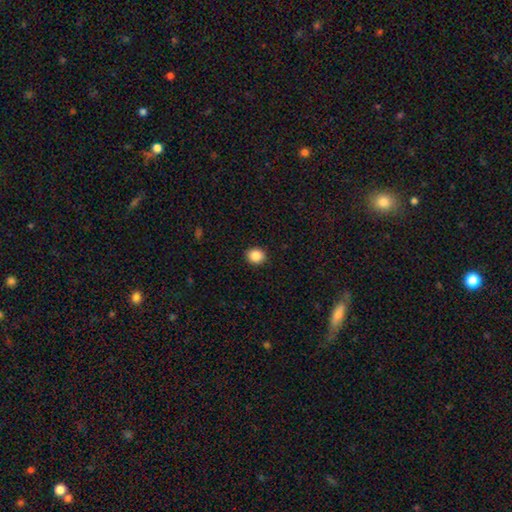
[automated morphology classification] This appears to be a smooth galaxy with no disk features (87%) that is round (76%). Merging: none (92%).